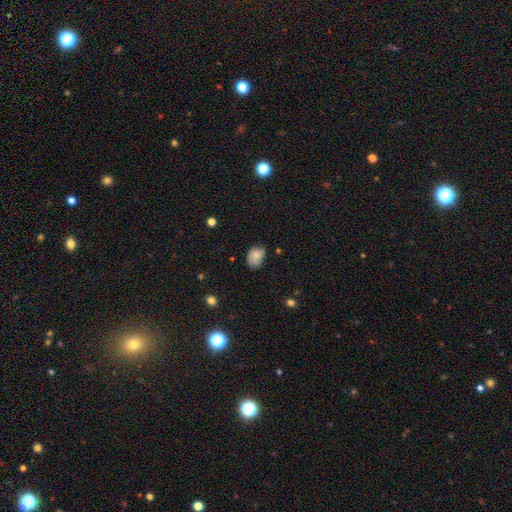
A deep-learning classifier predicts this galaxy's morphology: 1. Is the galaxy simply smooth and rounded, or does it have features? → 78% smooth, 13% featured or disk, 9% star or artifact.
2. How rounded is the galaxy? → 67% in between, 32% round, 1% cigar-shaped.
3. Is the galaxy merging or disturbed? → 59% none, 32% minor disturbance, 7% major disturbance, 2% merger.